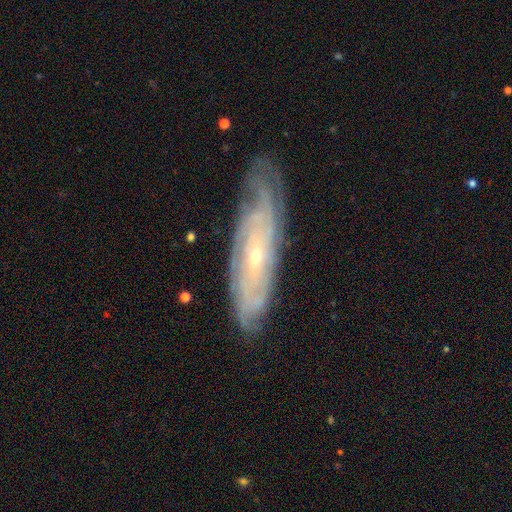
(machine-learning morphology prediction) Smooth or featured?
  - featured or disk: 83% *
  - smooth: 11%
  - star or artifact: 6%
Edge-on disk?
  - no: 80% *
  - yes: 20%
Bar?
  - no: 71% *
  - weak: 22%
  - strong: 7%
Spiral arms?
  - yes: 94% *
  - no: 6%
Spiral winding?
  - tight: 76% *
  - medium: 19%
  - loose: 5%
Spiral arm count?
  - can't tell: 50% *
  - 4: 13%
  - 2: 12%
  - 3: 11%
  - more than 4: 9%
  - 1: 5%
Bulge size?
  - small: 78% *
  - moderate: 19%
  - none: 1%
  - large: 1%
  - dominant: 1%
Merging?
  - none: 77% *
  - minor disturbance: 17%
  - major disturbance: 4%
  - merger: 1%